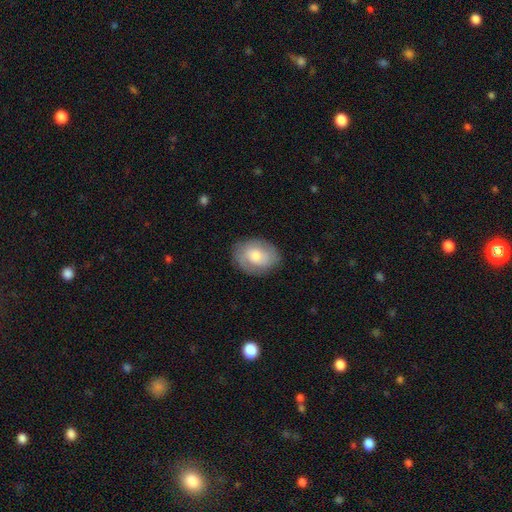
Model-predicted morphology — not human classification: smooth 50%, featured or disk 42%, star or artifact 7%. Down the decision tree: how rounded — in between (62%); merging — none (80%).